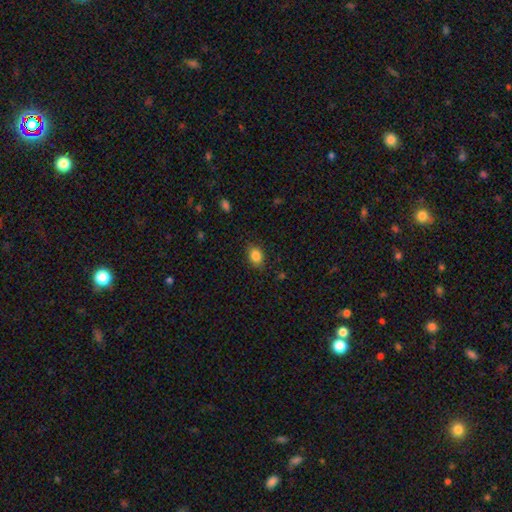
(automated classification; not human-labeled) The model was most divided on "how rounded": in between: 67%, round: 32%, cigar-shaped: 1%. More confident: smooth or featured — smooth (85%); merging — none (83%).